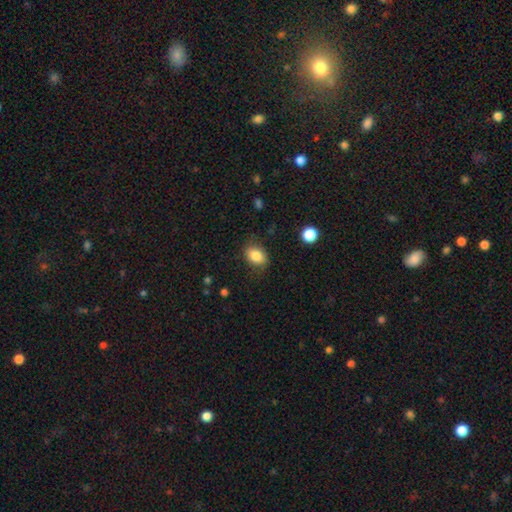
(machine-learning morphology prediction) A smooth galaxy with no disk features (84%) that is in between round and cigar-shaped (71%).

Vote fractions:
- Smooth or featured? smooth: 84% / star or artifact: 9% / featured or disk: 8%
- How rounded? in between: 71% / round: 27% / cigar-shaped: 1%
- Merging? none: 78% / minor disturbance: 16% / major disturbance: 5% / merger: 1%